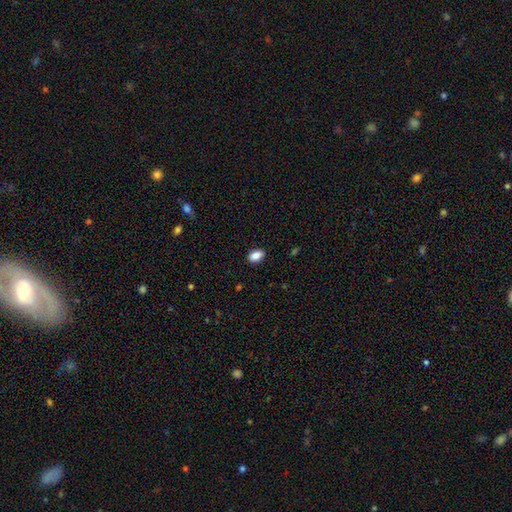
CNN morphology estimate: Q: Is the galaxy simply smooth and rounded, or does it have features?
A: smooth — 88%.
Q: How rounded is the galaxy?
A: in between — 87%.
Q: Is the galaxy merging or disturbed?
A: none — 89%.